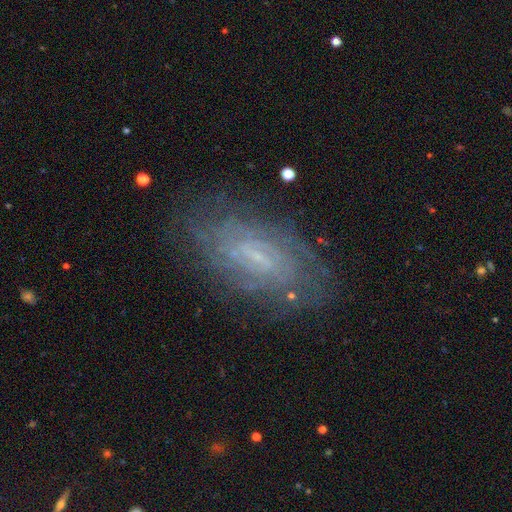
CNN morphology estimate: The model was most divided on "bar": weak: 49%, no: 37%, strong: 14%. More confident: edge-on disk — no (91%); spiral arms — yes (79%); merging — none (76%); smooth or featured — featured or disk (68%); bulge size — small (66%).